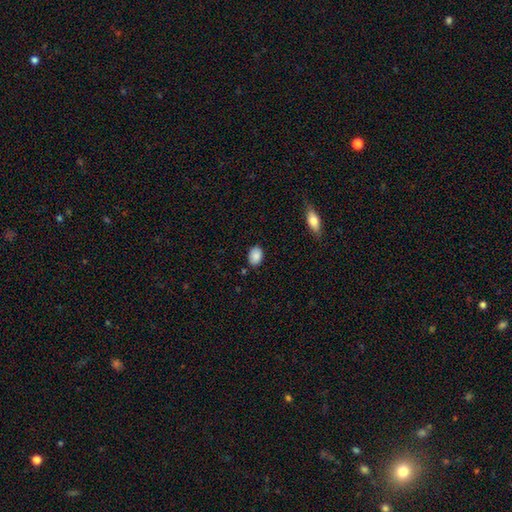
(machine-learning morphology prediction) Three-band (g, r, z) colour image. It shows a smooth galaxy with no disk features (88%) that is in between round and cigar-shaped (78%). Merging: none (82%).